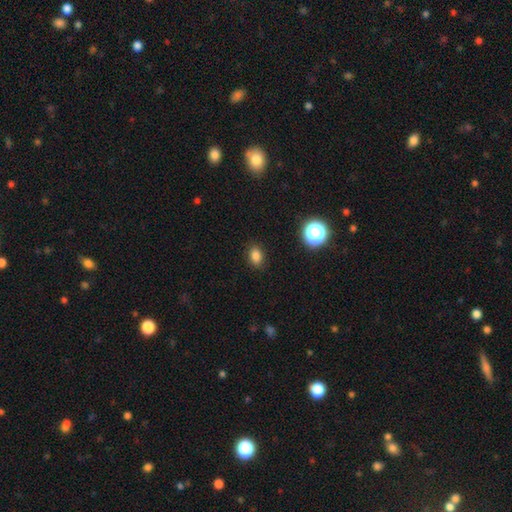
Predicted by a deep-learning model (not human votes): This is clearly a smooth galaxy (82%). How rounded: likely in between (74%). Merging: clearly none (88%).